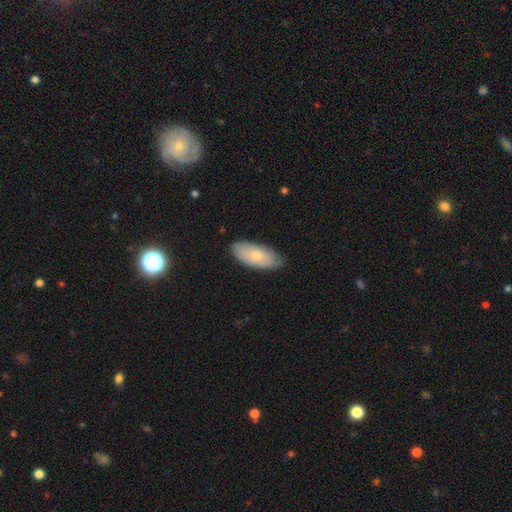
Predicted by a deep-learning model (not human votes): Smooth or featured? Predicted: smooth (p=0.72). How rounded? Predicted: in between (p=0.90). Merging? Predicted: none (p=0.81).